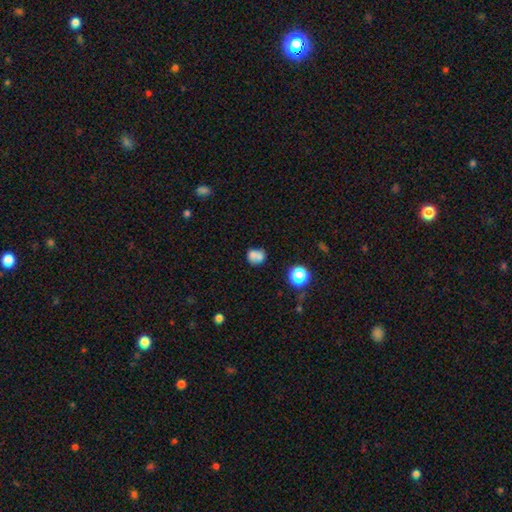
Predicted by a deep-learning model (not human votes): The model was most divided on "merging": merger: 50%, none: 33%, minor disturbance: 11%, major disturbance: 6%. More confident: smooth or featured — smooth (71%); how rounded — round (65%).